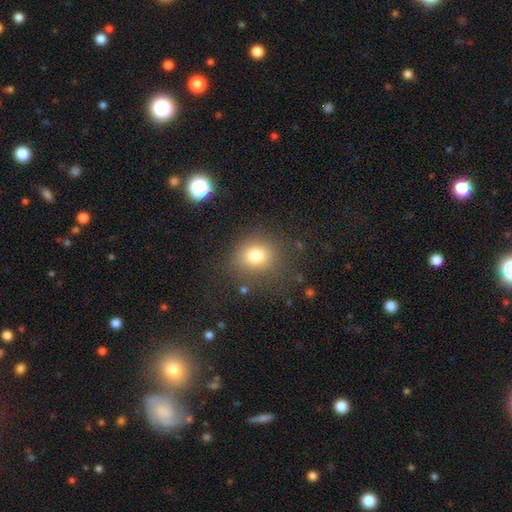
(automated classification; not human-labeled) Smooth or featured? smooth (78%)
How rounded? round (74%)
Merging? none (79%)